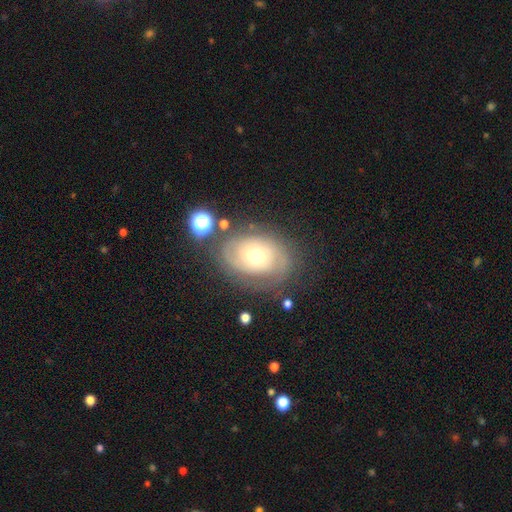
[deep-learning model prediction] smooth-or-featured: featured or disk: 62% | smooth: 28% | star or artifact: 10%
  disk-edge-on: no: 95% | yes: 5%
    bar: no: 81% | weak: 15% | strong: 4%
    has-spiral-arms: yes: 76% | no: 24%
    bulge-size: moderate: 58% | small: 34% | large: 5% | dominant: 1% | none: 1%
  merging: none: 67% | minor disturbance: 19% | major disturbance: 10% | merger: 4%